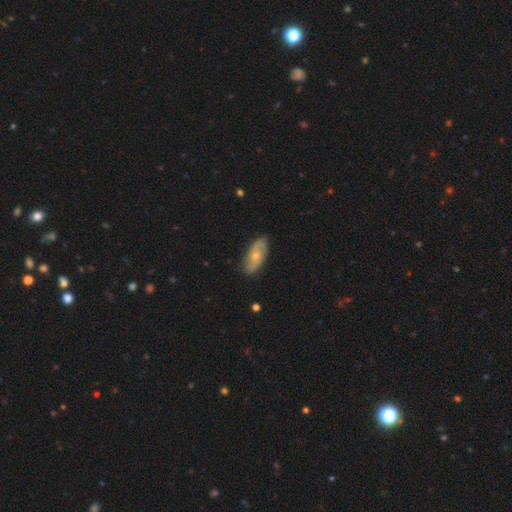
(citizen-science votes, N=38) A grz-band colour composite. It shows a featured or disk galaxy (61%) with no bar (65%), 2 (84%) loose (47%) spiral arms (95%) and a moderate central bulge (50%). Merging: none (78%).